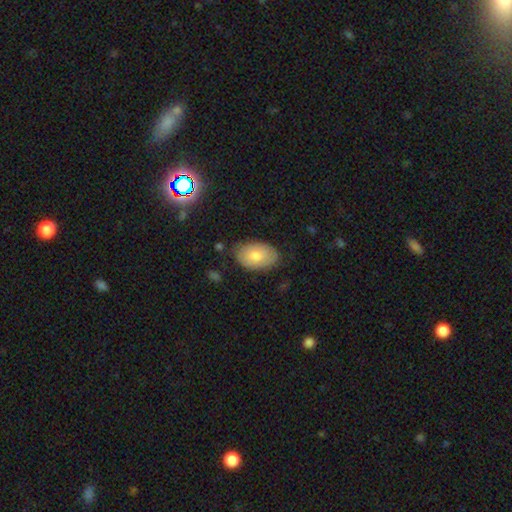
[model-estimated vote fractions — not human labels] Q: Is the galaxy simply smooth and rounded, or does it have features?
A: smooth — 71%.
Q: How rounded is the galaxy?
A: in between — 91%.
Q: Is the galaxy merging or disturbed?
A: none — 78%.